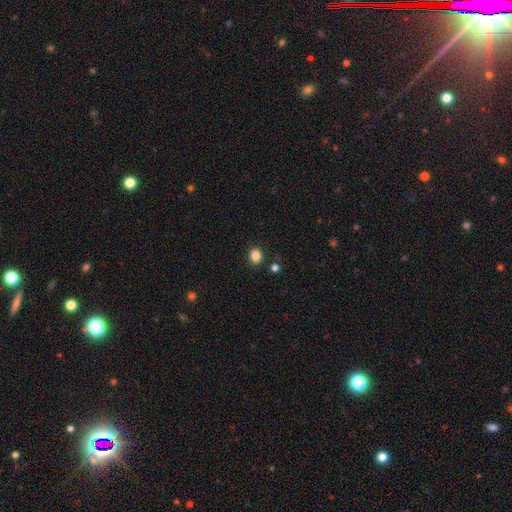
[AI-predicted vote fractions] A smooth galaxy with no disk features (85%) that is round (53%).

Vote fractions:
- Smooth or featured? smooth: 85% / star or artifact: 11% / featured or disk: 4%
- How rounded? round: 53% / in between: 46% / cigar-shaped: 1%
- Merging? none: 86% / minor disturbance: 8% / merger: 3% / major disturbance: 2%